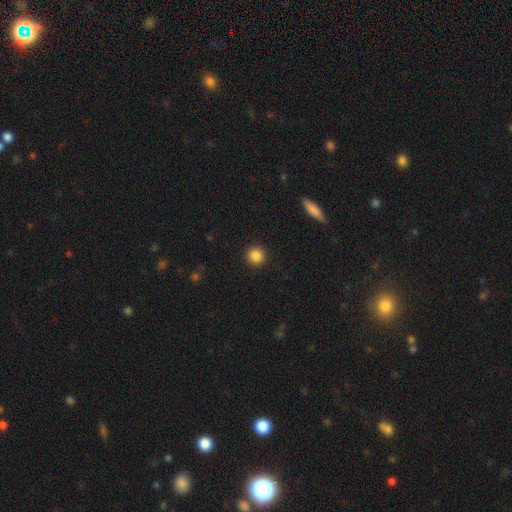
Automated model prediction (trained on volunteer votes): Q: Smooth or featured?
A: smooth (87%); runner-up: star or artifact (10%)
Q: How rounded?
A: round (92%); runner-up: in between (7%)
Q: Merging?
A: none (92%); runner-up: minor disturbance (5%)